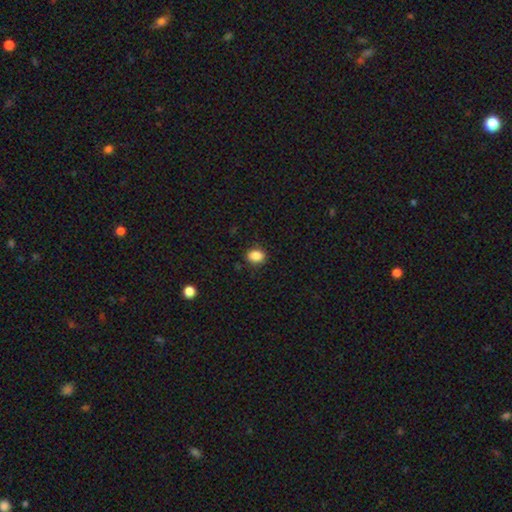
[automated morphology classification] A smooth galaxy with no disk features (87%) that is in between round and cigar-shaped (62%).

Vote fractions:
- Smooth or featured? smooth: 87% / star or artifact: 10% / featured or disk: 4%
- How rounded? in between: 62% / round: 37% / cigar-shaped: 1%
- Merging? none: 86% / minor disturbance: 10% / major disturbance: 2% / merger: 1%